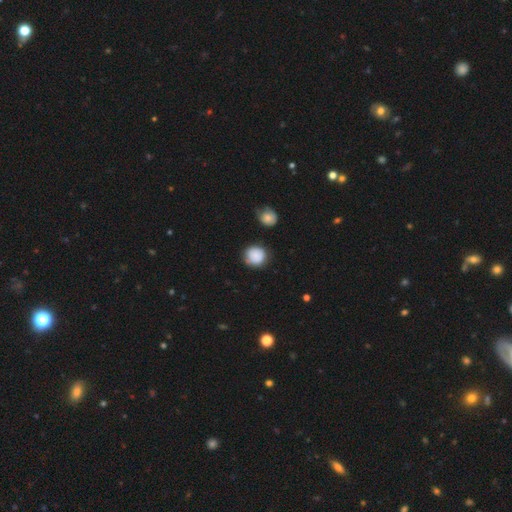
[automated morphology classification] smooth_or_featured: smooth (p=0.87) [alt: star or artifact p=0.08]
how_rounded: round (p=0.90) [alt: in between p=0.09]
merging: none (p=0.79) [alt: minor disturbance p=0.14]